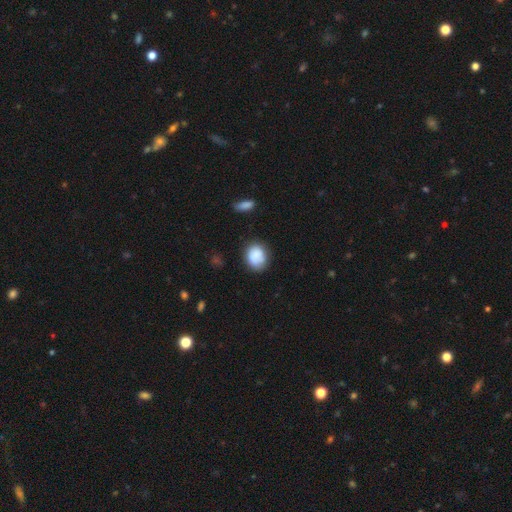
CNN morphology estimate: smooth-or-featured: smooth: 84% | featured or disk: 8% | star or artifact: 8%
  how-rounded: round: 57% | in between: 42% | cigar-shaped: 1%
  merging: none: 71% | minor disturbance: 20% | major disturbance: 6% | merger: 3%